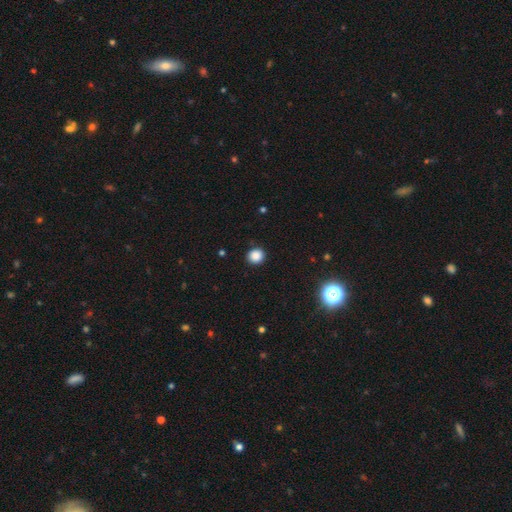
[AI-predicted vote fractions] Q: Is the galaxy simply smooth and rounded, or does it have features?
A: smooth — 87%.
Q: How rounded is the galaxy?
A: round — 87%.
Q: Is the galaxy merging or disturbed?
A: none — 90%.